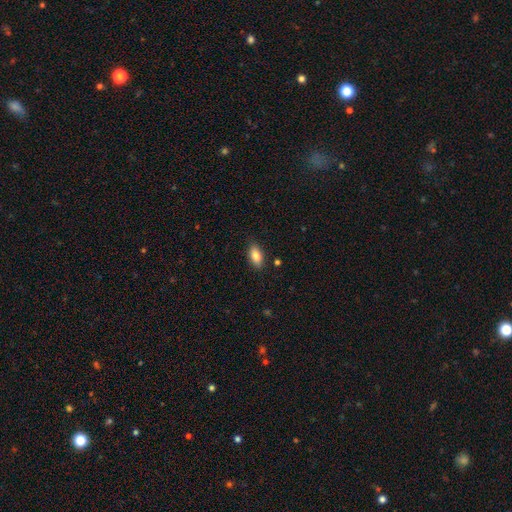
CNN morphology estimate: Smooth or featured? smooth (83%)
How rounded? in between (88%)
Merging? none (85%)